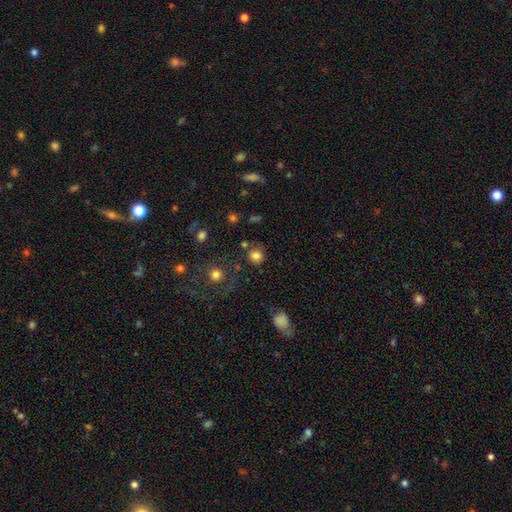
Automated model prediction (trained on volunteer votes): smooth-or-featured: smooth: 81% | star or artifact: 12% | featured or disk: 7%
  how-rounded: round: 92% | in between: 7% | cigar-shaped: 1%
  merging: none: 80% | minor disturbance: 10% | merger: 6% | major disturbance: 4%